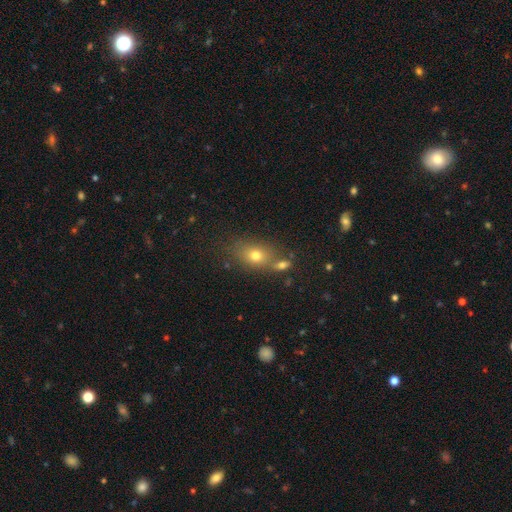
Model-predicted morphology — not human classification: Smooth or featured?
  - smooth: 73% *
  - star or artifact: 14%
  - featured or disk: 13%
How rounded?
  - in between: 66% *
  - round: 32%
  - cigar-shaped: 2%
Merging?
  - none: 58% *
  - merger: 24%
  - minor disturbance: 14%
  - major disturbance: 5%